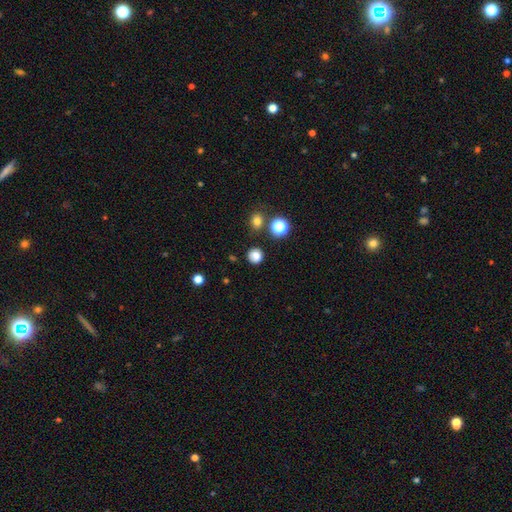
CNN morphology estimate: A smooth galaxy with no disk features (80%) that is round (90%). Merging: none (84%).